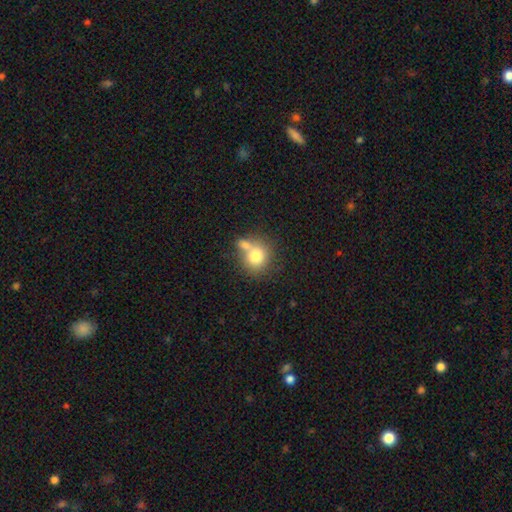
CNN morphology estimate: type=smooth (76%); roundness=round (78%); merging=merger (43%).